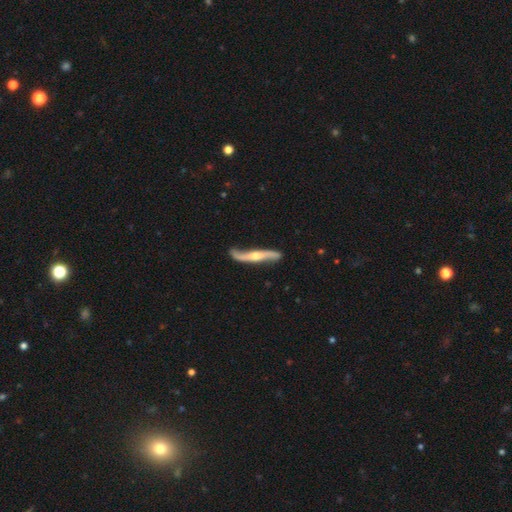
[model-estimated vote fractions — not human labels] The model was most divided on "edge-on disk": yes: 53%, no: 47%. More confident: smooth or featured — featured or disk (80%); merging — none (73%).